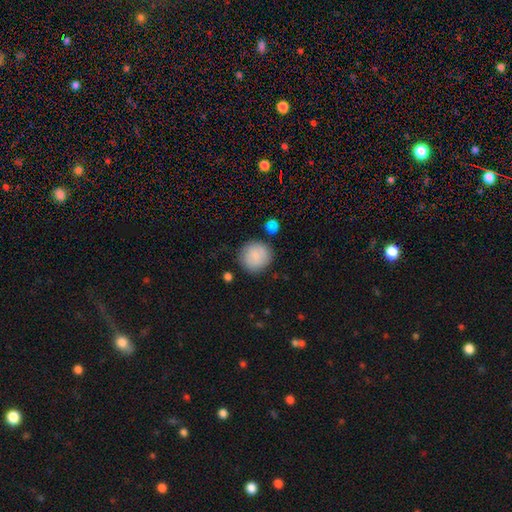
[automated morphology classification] smooth_or_featured: smooth (p=0.84) [alt: featured or disk p=0.10]
how_rounded: round (p=0.91) [alt: in between p=0.08]
merging: none (p=0.79) [alt: minor disturbance p=0.12]